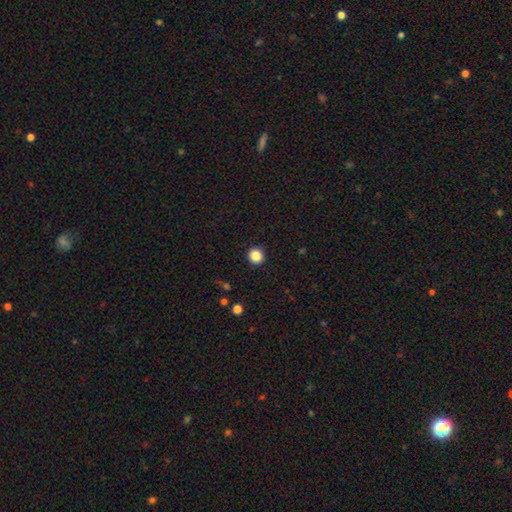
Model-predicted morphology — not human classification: smooth 86%, star or artifact 11%, featured or disk 3%. Down the decision tree: how rounded — round (90%); merging — none (93%).